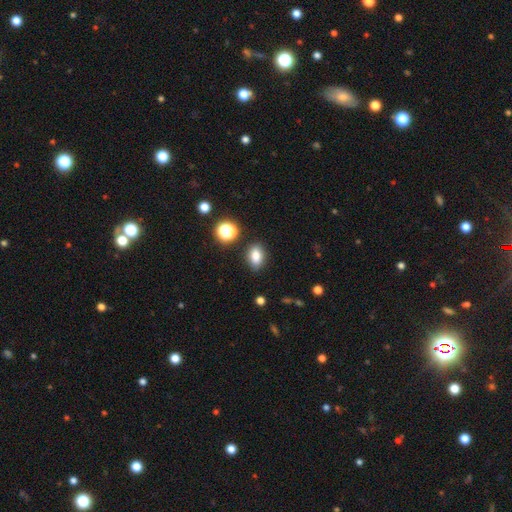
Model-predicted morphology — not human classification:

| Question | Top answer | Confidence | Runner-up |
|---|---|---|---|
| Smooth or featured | smooth | 81% | star or artifact (12%) |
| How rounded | in between | 80% | round (18%) |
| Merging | none | 84% | minor disturbance (11%) |